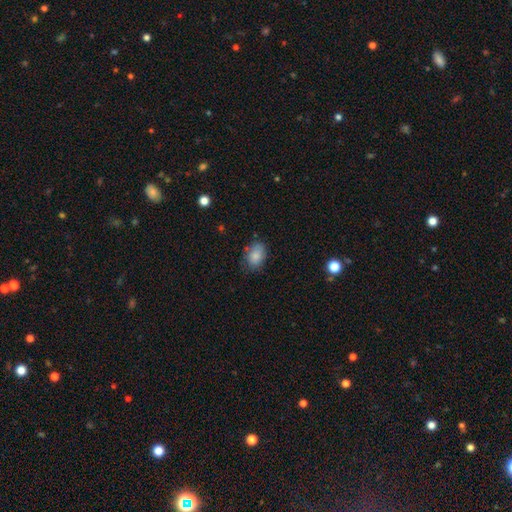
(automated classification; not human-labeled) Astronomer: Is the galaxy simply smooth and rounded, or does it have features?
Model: smooth — 84%.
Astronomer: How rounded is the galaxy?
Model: in between — 79%.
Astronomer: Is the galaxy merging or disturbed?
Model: none — 71%.